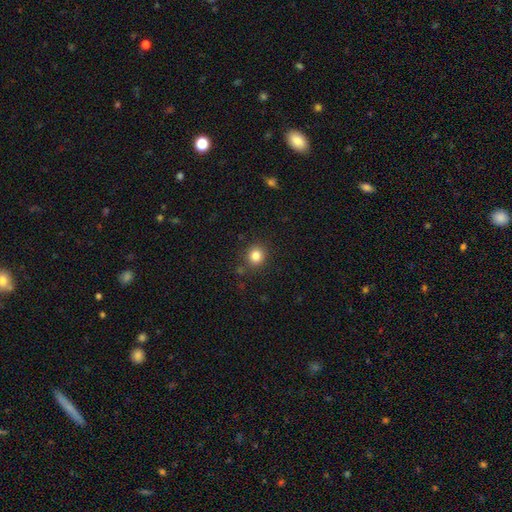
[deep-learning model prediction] A smooth galaxy with no disk features (83%) that is round (87%).

Vote fractions:
- Smooth or featured? smooth: 83% / star or artifact: 12% / featured or disk: 5%
- How rounded? round: 87% / in between: 12% / cigar-shaped: 1%
- Merging? none: 86% / minor disturbance: 9% / major disturbance: 3% / merger: 3%